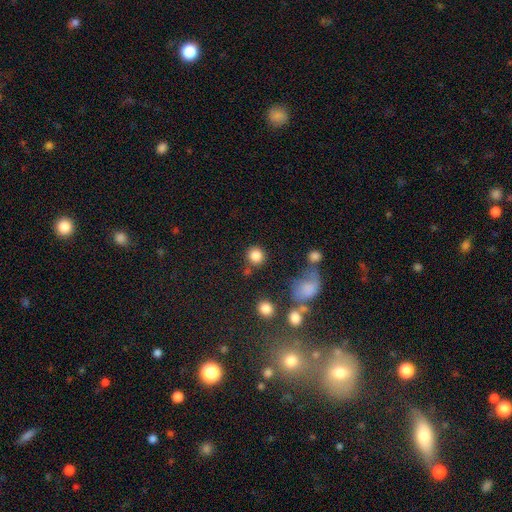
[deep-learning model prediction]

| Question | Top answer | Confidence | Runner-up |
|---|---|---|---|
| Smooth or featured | smooth | 84% | star or artifact (11%) |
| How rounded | round | 90% | in between (9%) |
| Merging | none | 79% | minor disturbance (9%) |